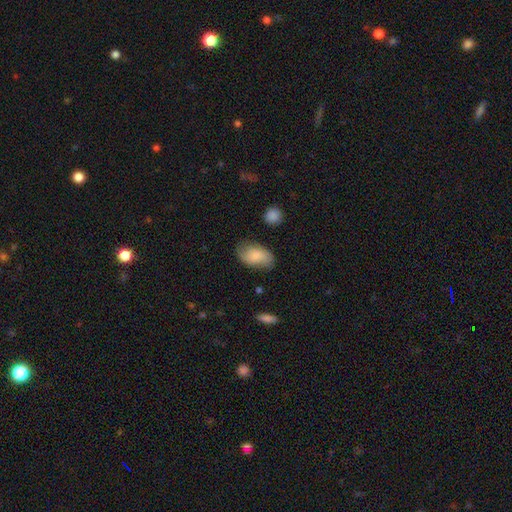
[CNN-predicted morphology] This is likely a smooth galaxy (74%). How rounded: clearly in between (93%). Merging: likely none (72%).